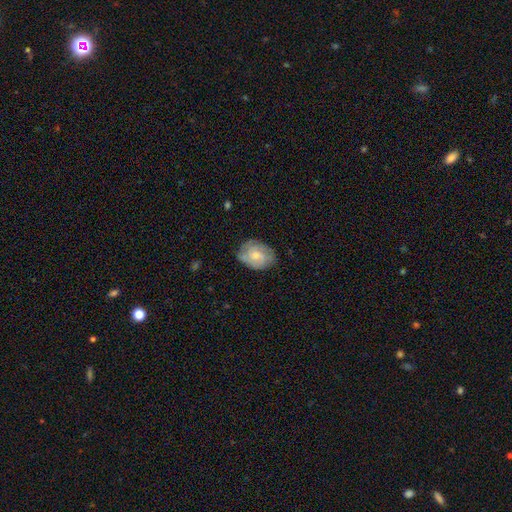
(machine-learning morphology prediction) smooth_or_featured: featured or disk (p=0.51) [alt: smooth p=0.42]
disk_edge_on: no (p=0.97) [alt: yes p=0.03]
merging: none (p=0.69) [alt: minor disturbance p=0.23]